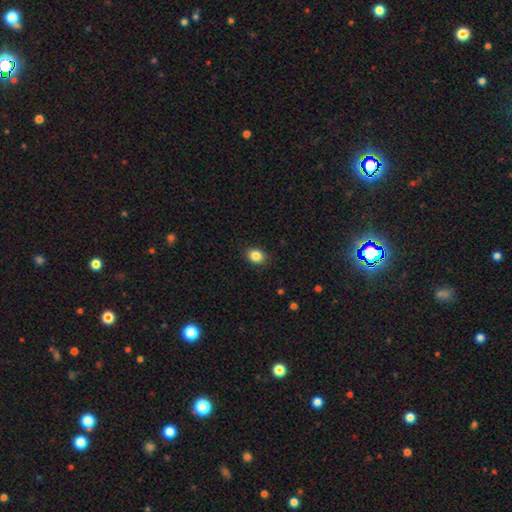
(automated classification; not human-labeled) This appears to be a smooth galaxy with no disk features (86%) that is round (53%). Merging: none (89%).